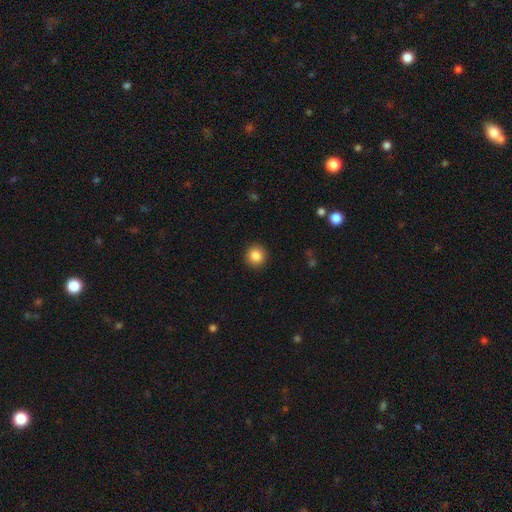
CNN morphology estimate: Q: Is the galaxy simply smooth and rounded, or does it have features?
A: smooth — 86%.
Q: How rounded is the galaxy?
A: round — 93%.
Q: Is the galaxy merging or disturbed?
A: none — 92%.